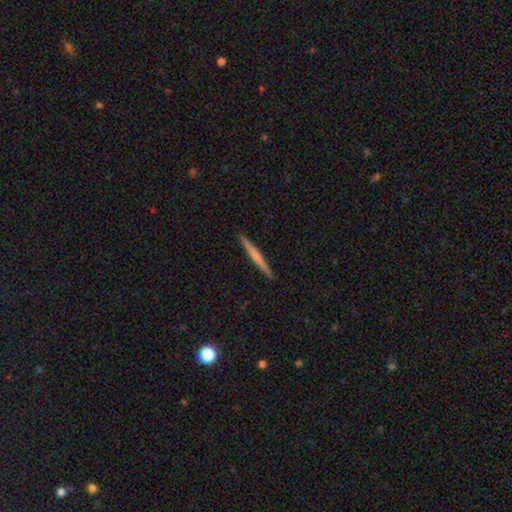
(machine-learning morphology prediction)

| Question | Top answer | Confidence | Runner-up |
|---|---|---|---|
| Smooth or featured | featured or disk | 48% | smooth (47%) |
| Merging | none | 93% | minor disturbance (5%) |